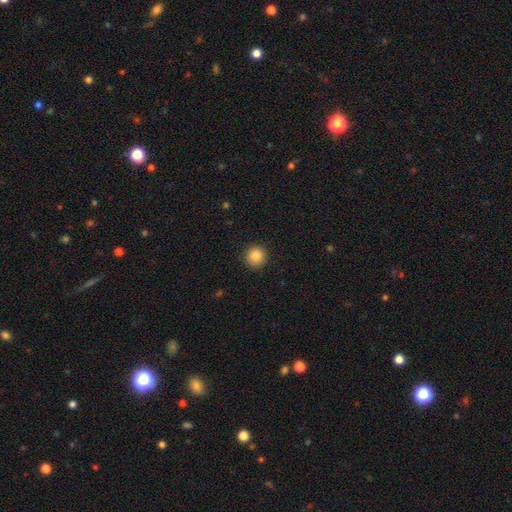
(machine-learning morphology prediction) smooth_or_featured: smooth (p=0.86) [alt: star or artifact p=0.10]
how_rounded: round (p=0.94) [alt: in between p=0.05]
merging: none (p=0.91) [alt: minor disturbance p=0.06]